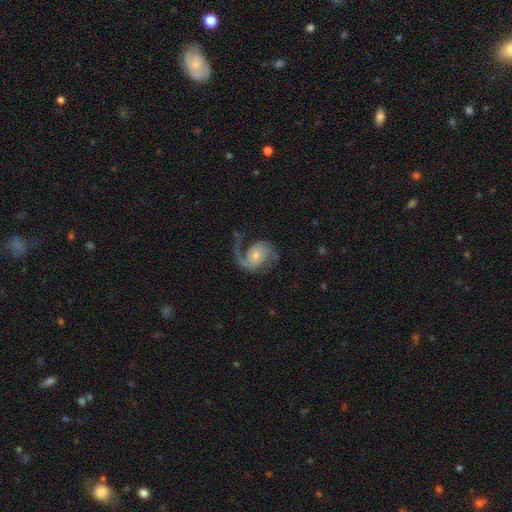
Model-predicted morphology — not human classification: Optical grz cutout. It shows a featured or disk galaxy (87%) with no bar (68%), 2 (60%) medium (44%) spiral arms (97%) and a small central bulge (56%). Merging: none (56%).